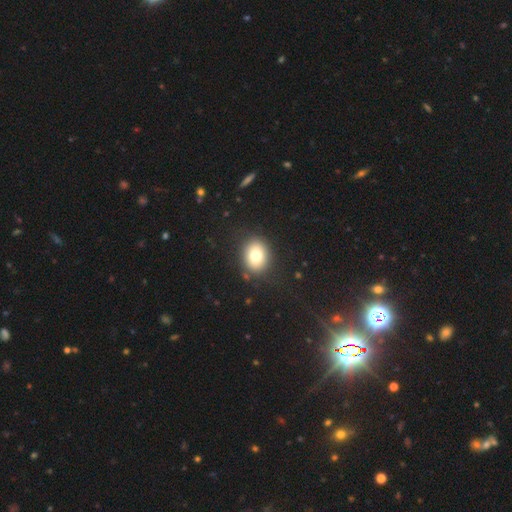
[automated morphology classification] This appears to be a smooth galaxy with no disk features (77%) that is round (54%). Merging: none (86%).